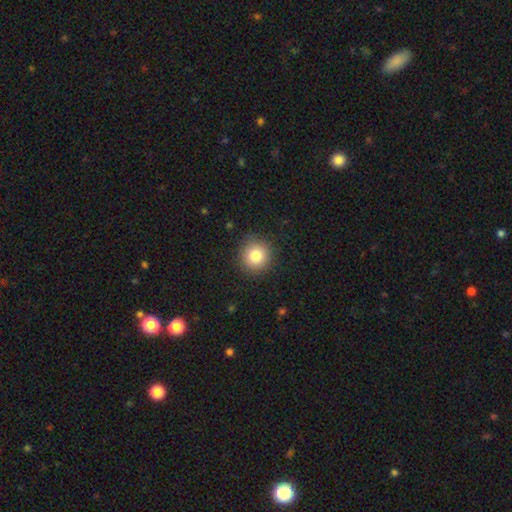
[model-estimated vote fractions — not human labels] Morphology: type=smooth (82%); roundness=round (92%); merging=none (89%).